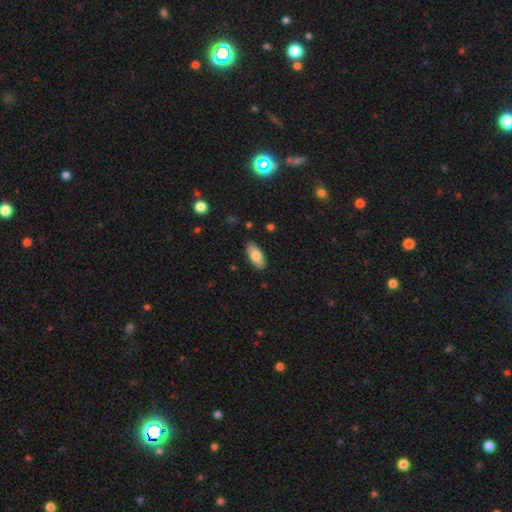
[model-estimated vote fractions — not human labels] Smooth or featured? Predicted: smooth (p=0.76). How rounded? Predicted: in between (p=0.90). Merging? Predicted: none (p=0.88).